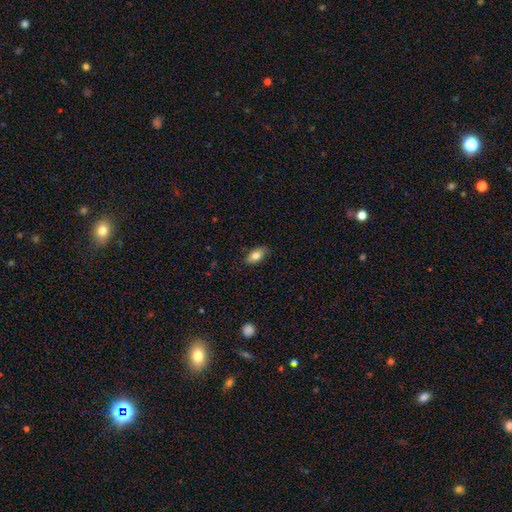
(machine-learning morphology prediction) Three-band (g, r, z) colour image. It shows a smooth galaxy with no disk features (81%) that is in between round and cigar-shaped (89%). Merging: none (84%).